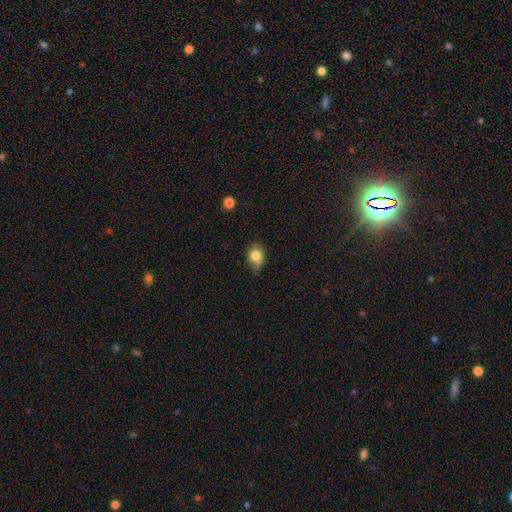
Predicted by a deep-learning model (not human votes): Smooth or featured? Predicted: smooth (p=0.78). How rounded? Predicted: in between (p=0.60). Merging? Predicted: none (p=0.47).